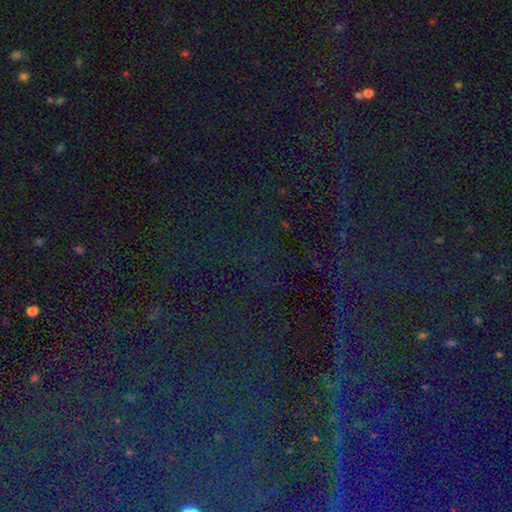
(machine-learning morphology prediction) Smooth or featured: star or artifact — 85% (smooth — 8%)